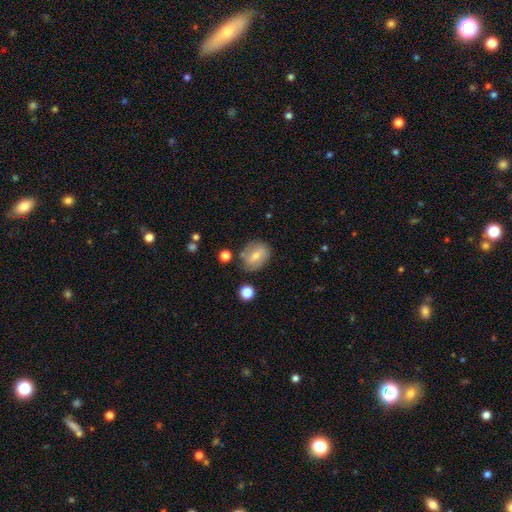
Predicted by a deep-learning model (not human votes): Morphology: type=featured or disk (45%); merging=none (75%).